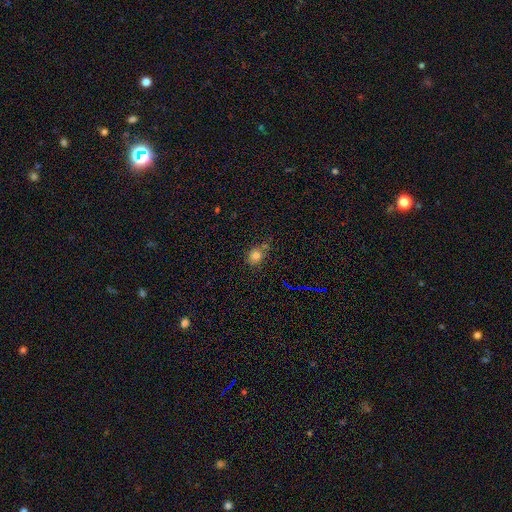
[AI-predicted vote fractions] Smooth or featured? Predicted: smooth (p=0.78). How rounded? Predicted: round (p=0.70). Merging? Predicted: none (p=0.67).